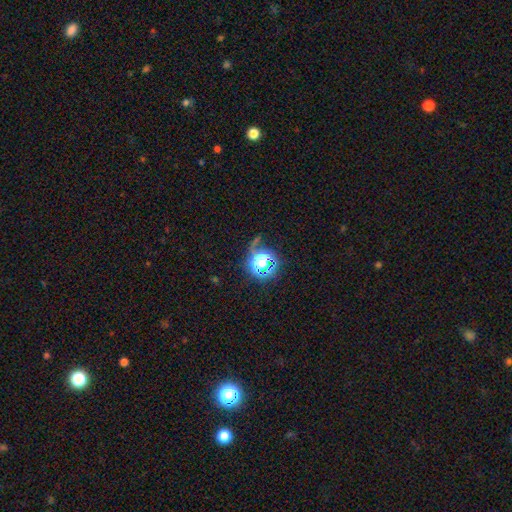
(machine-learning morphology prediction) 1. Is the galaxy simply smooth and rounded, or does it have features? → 66% star or artifact, 23% smooth, 11% featured or disk.